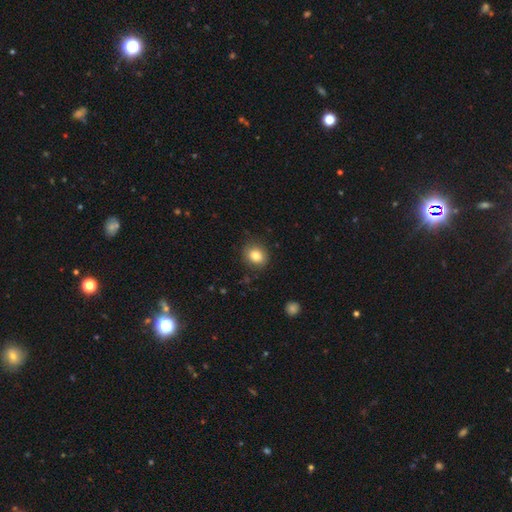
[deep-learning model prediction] A smooth galaxy with no disk features (83%) that is round (65%). Merging: none (85%).